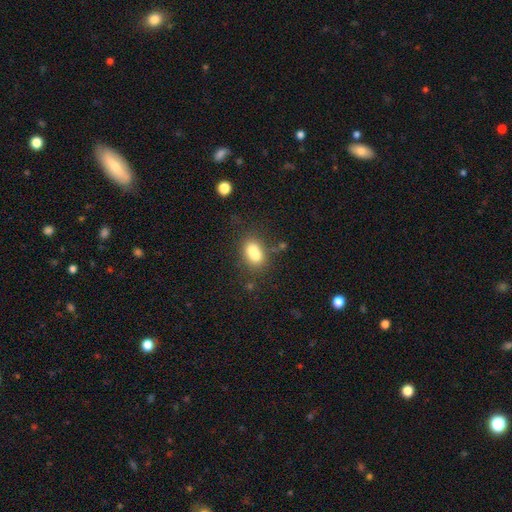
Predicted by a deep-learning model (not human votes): The model was most divided on "merging": merger: 49%, none: 34%, minor disturbance: 11%, major disturbance: 5%. More confident: smooth or featured — smooth (70%); how rounded — in between (68%).